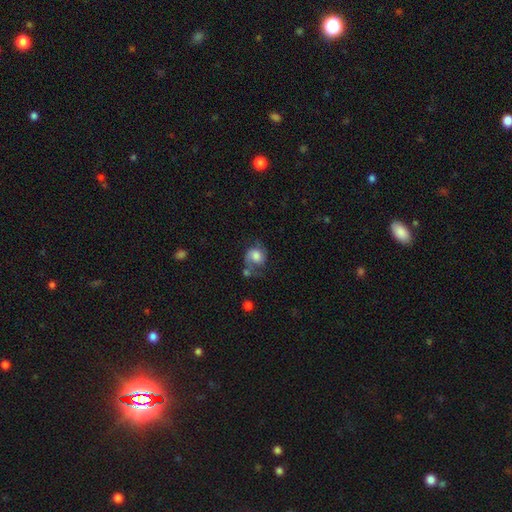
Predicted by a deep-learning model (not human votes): A featured or disk galaxy (49%).

Vote fractions:
- Smooth or featured? featured or disk: 49% / smooth: 42% / star or artifact: 9%
- Merging? none: 45% / minor disturbance: 23% / major disturbance: 19% / merger: 13%